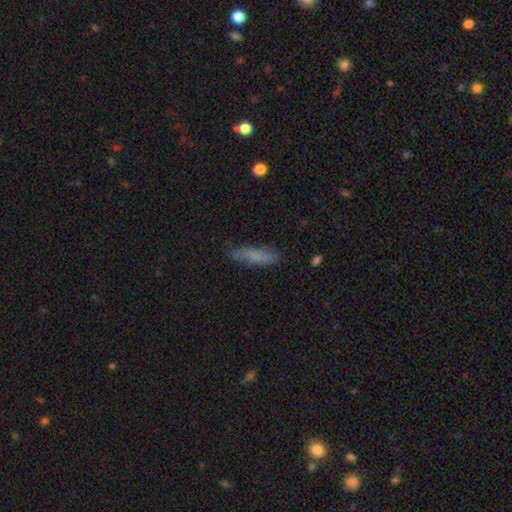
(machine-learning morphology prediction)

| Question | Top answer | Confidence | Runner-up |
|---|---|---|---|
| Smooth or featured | smooth | 77% | featured or disk (15%) |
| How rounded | cigar-shaped | 73% | in between (26%) |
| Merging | none | 77% | minor disturbance (17%) |